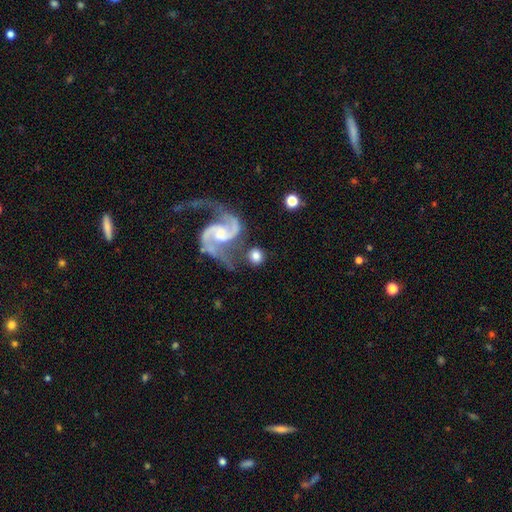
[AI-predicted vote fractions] A smooth galaxy with no disk features (55%) that is round (85%). Merging: none (69%).